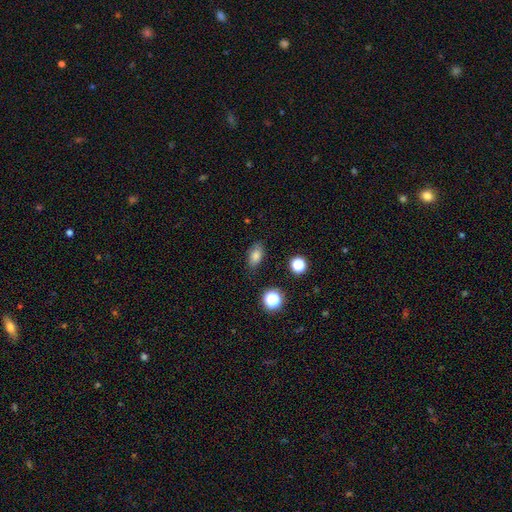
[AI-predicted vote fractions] Smooth or featured? Predicted: smooth (p=0.79). How rounded? Predicted: in between (p=0.85). Merging? Predicted: none (p=0.81).